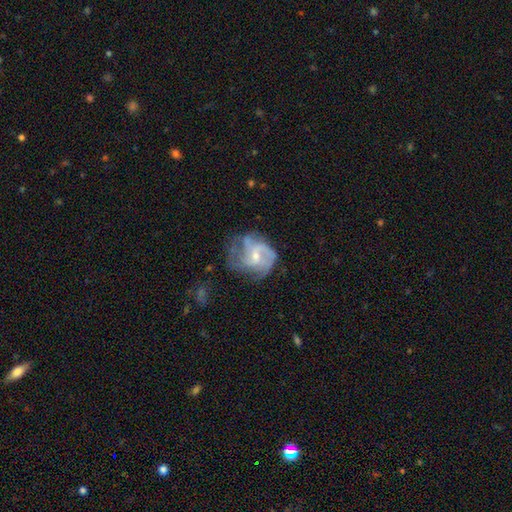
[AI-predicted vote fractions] A featured or disk galaxy (77%) with no bar (46%), 3 (30%) medium (47%) spiral arms (89%) and a small central bulge (56%).

Vote fractions:
- Smooth or featured? featured or disk: 77% / smooth: 16% / star or artifact: 7%
- Edge-on disk? no: 98% / yes: 2%
- Bar? no: 46% / weak: 45% / strong: 9%
- Spiral arms? yes: 89% / no: 11%
- Spiral winding? medium: 47% / tight: 29% / loose: 25%
- Spiral arm count? 3: 30% / 2: 29% / can't tell: 24% / 4: 9% / 1: 5% / more than 4: 4%
- Bulge size? small: 56% / moderate: 38% / none: 3% / large: 2% / dominant: 1%
- Merging? none: 49% / minor disturbance: 25% / major disturbance: 23% / merger: 2%